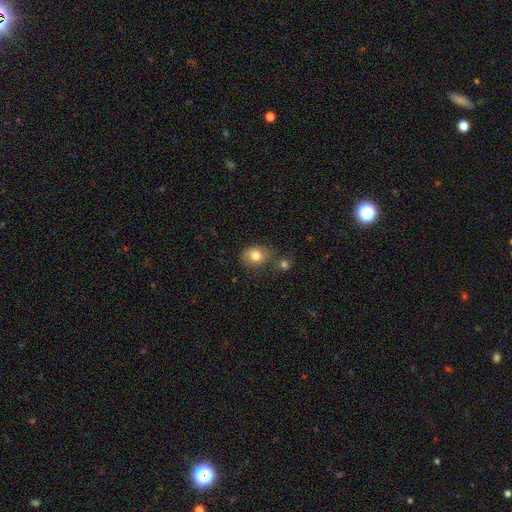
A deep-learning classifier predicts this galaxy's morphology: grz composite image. It shows a smooth galaxy with no disk features (80%) that is round (54%). Merging: none (68%).